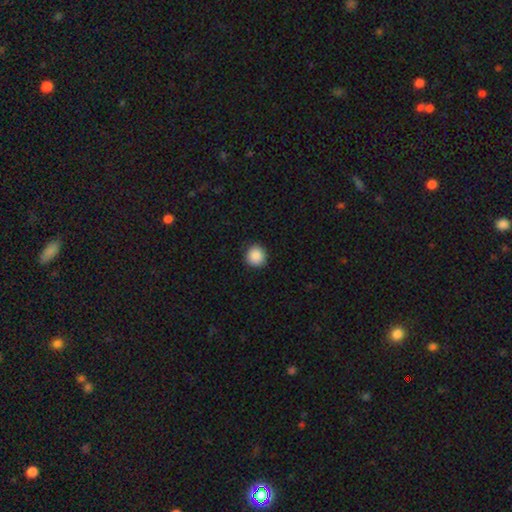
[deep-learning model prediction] smooth 89%, star or artifact 8%, featured or disk 3%. Down the decision tree: how rounded — round (92%); merging — none (90%).